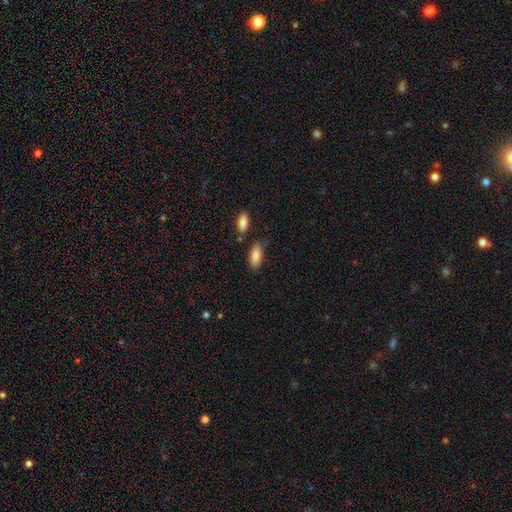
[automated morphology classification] This is clearly a smooth galaxy (87%). How rounded: clearly in between (86%). Merging: likely none (73%).